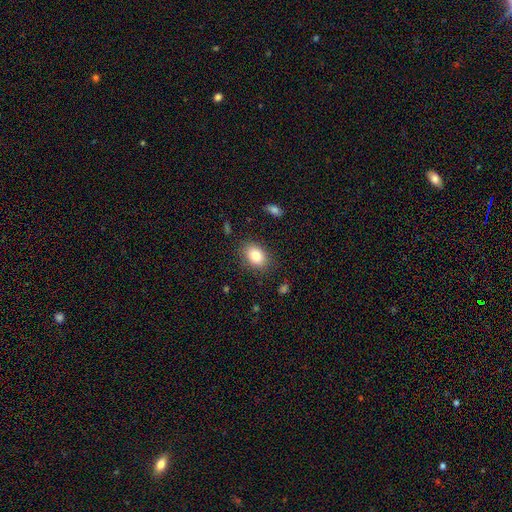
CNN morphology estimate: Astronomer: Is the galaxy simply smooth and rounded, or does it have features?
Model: smooth — 82%.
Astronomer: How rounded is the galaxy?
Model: in between — 76%.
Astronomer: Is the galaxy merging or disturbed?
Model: none — 85%.